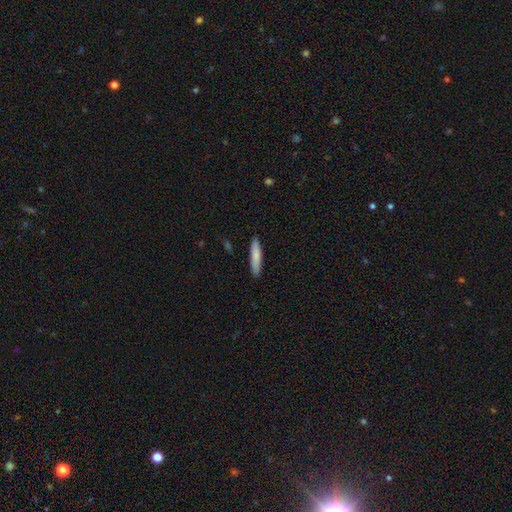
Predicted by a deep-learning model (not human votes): Smooth or featured?
  - smooth: 82% *
  - featured or disk: 12%
  - star or artifact: 6%
How rounded?
  - cigar-shaped: 85% *
  - in between: 13%
  - round: 1%
Merging?
  - none: 89% *
  - minor disturbance: 8%
  - major disturbance: 2%
  - merger: 1%